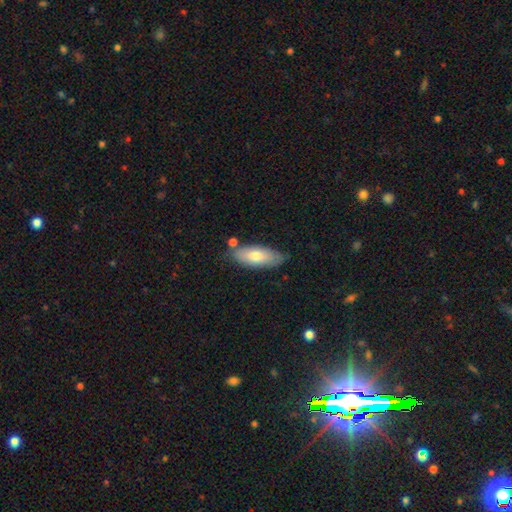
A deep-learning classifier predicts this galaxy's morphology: Smooth or featured?
  - smooth: 72% *
  - featured or disk: 21%
  - star or artifact: 6%
How rounded?
  - in between: 78% *
  - cigar-shaped: 20%
  - round: 2%
Merging?
  - none: 77% *
  - minor disturbance: 15%
  - merger: 5%
  - major disturbance: 3%